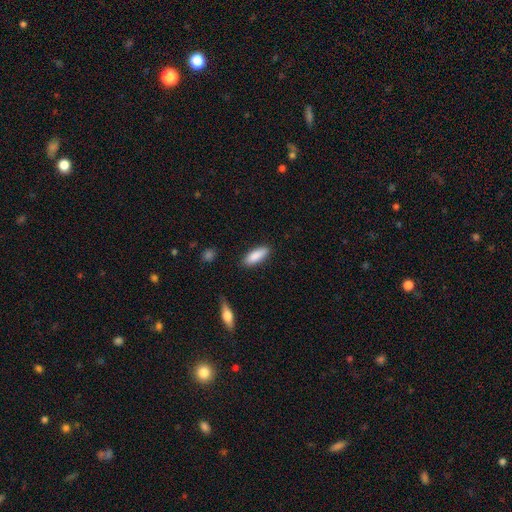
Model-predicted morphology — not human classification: This appears to be a smooth galaxy with no disk features (87%) that is in between round and cigar-shaped (62%). Merging: none (85%).